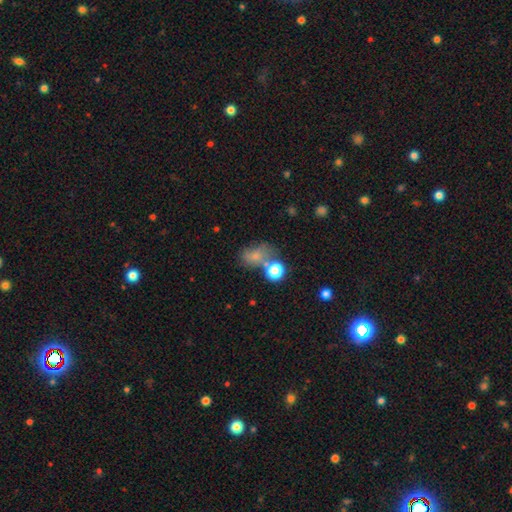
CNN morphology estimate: The model was most divided on "merging": none: 41%, merger: 24%, minor disturbance: 20%, major disturbance: 15%. More confident: smooth or featured — smooth (67%); how rounded — in between (64%).